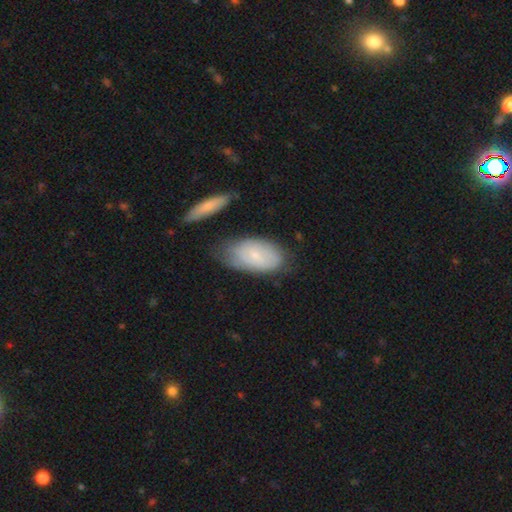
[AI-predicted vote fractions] The model was most divided on "smooth or featured": smooth: 58%, featured or disk: 36%, star or artifact: 6%. More confident: how rounded — in between (92%); merging — none (58%).